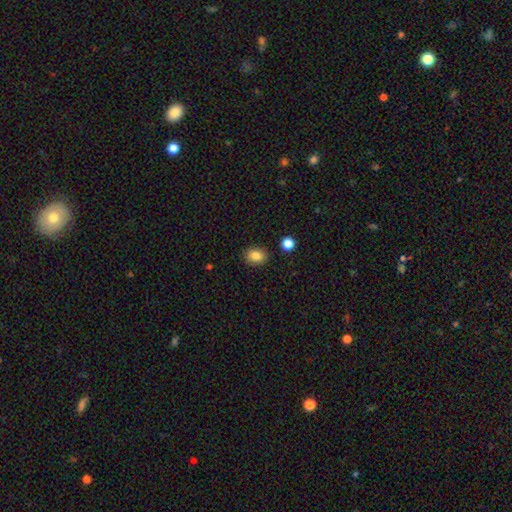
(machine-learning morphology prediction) Overall: smooth (85%). How rounded: in between (60%; round 39%). Merging: none (86%).